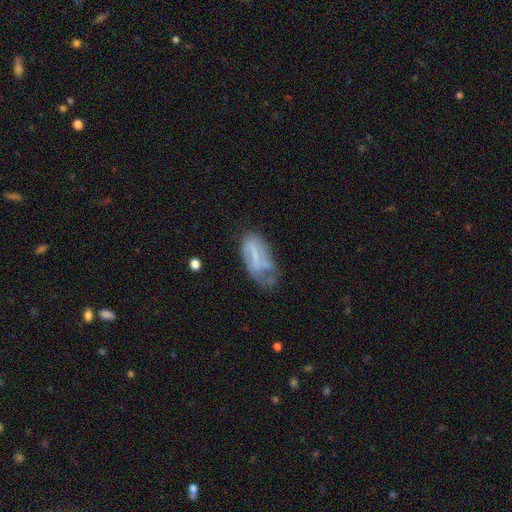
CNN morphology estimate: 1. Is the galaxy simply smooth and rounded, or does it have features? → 55% featured or disk, 36% smooth, 9% star or artifact.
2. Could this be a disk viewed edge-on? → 92% no, 8% yes.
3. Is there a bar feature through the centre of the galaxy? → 35% weak, 33% strong, 32% no.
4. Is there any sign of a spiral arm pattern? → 57% no, 43% yes.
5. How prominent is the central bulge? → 52% none, 29% small, 15% moderate, 2% large, 1% dominant.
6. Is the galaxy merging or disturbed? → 34% none, 33% minor disturbance, 26% major disturbance, 7% merger.